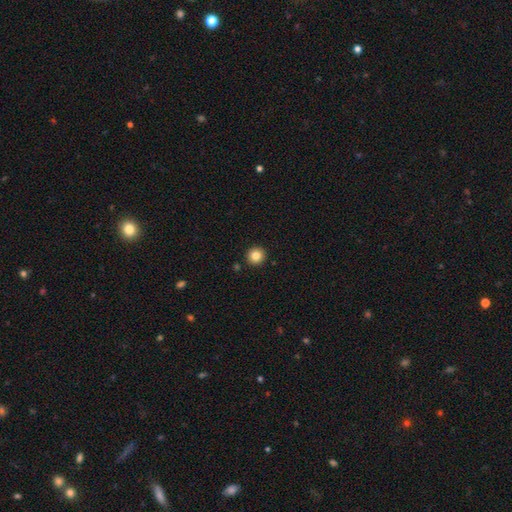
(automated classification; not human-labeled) smooth 83%, star or artifact 10%, featured or disk 6%. Down the decision tree: how rounded — round (96%); merging — none (92%).